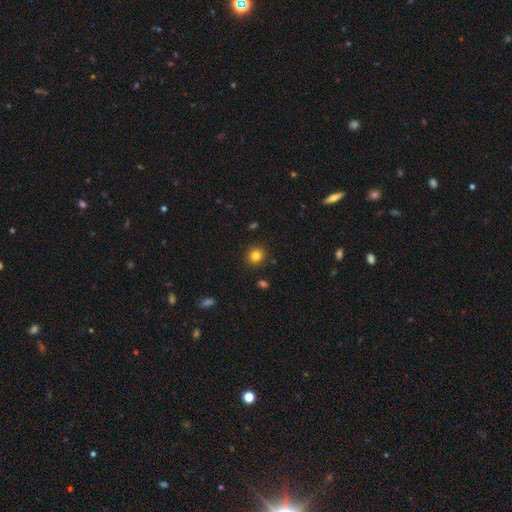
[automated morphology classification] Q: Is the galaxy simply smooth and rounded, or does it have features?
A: smooth — 82%.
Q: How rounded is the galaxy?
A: round — 86%.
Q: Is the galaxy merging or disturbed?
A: none — 90%.